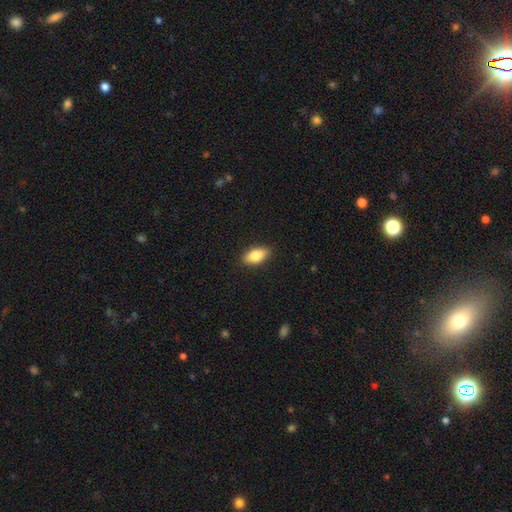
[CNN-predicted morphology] smooth-or-featured: smooth: 83% | featured or disk: 11% | star or artifact: 7%
  how-rounded: in between: 90% | cigar-shaped: 7% | round: 4%
  merging: none: 89% | minor disturbance: 8% | major disturbance: 2% | merger: 1%